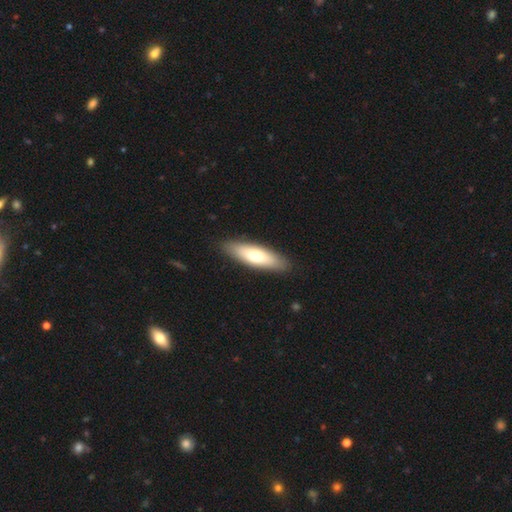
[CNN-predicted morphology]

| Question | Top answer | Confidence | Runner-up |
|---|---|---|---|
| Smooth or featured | smooth | 66% | featured or disk (28%) |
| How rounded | cigar-shaped | 51% | in between (47%) |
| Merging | none | 89% | minor disturbance (8%) |